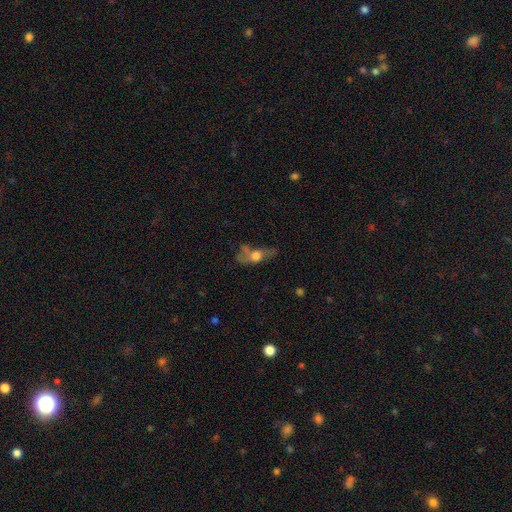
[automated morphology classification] The model was most divided on "smooth or featured": featured or disk: 47%, smooth: 42%, star or artifact: 11%. Remaining: merging — none (41%).